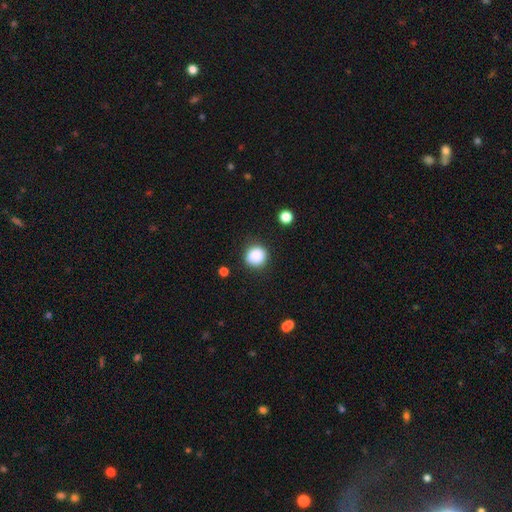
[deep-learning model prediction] This is clearly a smooth galaxy (88%). How rounded: clearly round (89%). Merging: clearly none (88%).